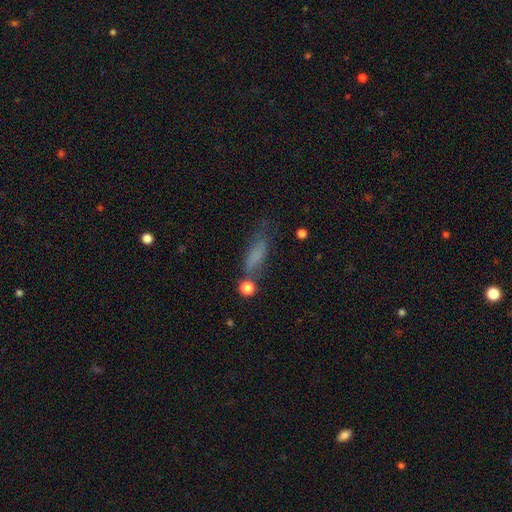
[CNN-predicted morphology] Smooth or featured? Predicted: smooth (p=0.67). How rounded? Predicted: in between (p=0.49). Merging? Predicted: none (p=0.49).